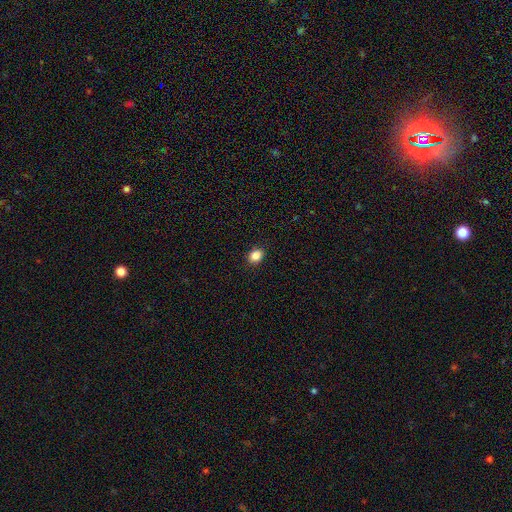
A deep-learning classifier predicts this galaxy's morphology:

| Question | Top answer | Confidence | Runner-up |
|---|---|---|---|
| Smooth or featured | smooth | 86% | star or artifact (10%) |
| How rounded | round | 50% | in between (49%) |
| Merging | none | 90% | minor disturbance (7%) |